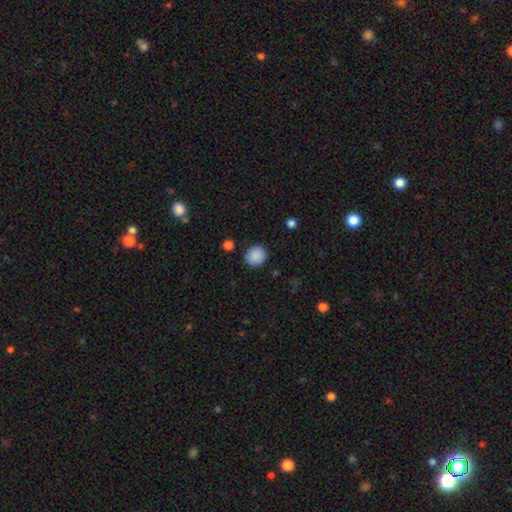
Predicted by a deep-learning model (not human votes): smooth_or_featured: smooth (p=0.88) [alt: star or artifact p=0.09]
how_rounded: round (p=0.88) [alt: in between p=0.11]
merging: none (p=0.87) [alt: minor disturbance p=0.09]